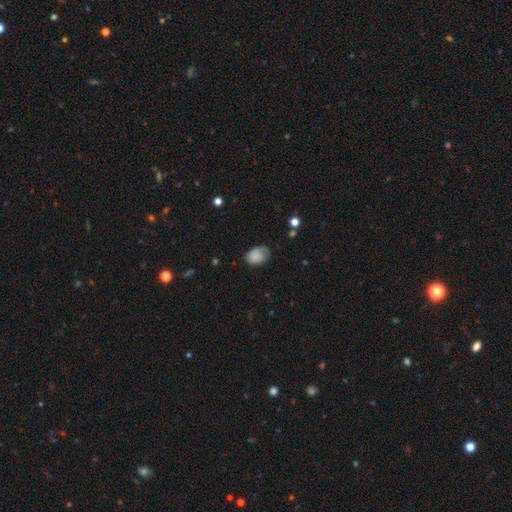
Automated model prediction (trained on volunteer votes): This is clearly a smooth galaxy (81%). How rounded: likely in between (77%). Merging: possibly none (58%).